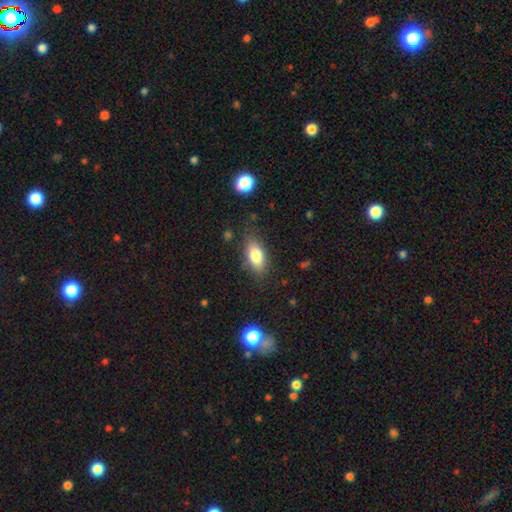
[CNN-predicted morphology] Smooth or featured? Predicted: smooth (p=0.79). How rounded? Predicted: in between (p=0.86). Merging? Predicted: none (p=0.79).